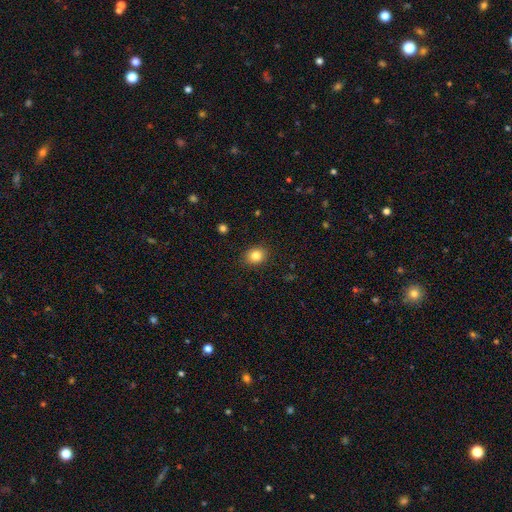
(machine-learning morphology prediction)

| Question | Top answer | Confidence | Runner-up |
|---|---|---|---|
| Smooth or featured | smooth | 83% | star or artifact (11%) |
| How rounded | round | 63% | in between (36%) |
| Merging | none | 89% | minor disturbance (8%) |